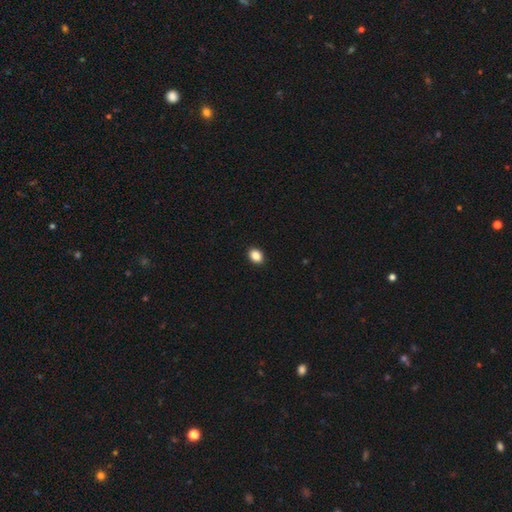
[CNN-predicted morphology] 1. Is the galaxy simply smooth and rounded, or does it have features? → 87% smooth, 9% star or artifact, 4% featured or disk.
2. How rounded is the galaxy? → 62% in between, 37% round, 1% cigar-shaped.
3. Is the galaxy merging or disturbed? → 92% none, 6% minor disturbance, 2% major disturbance, 1% merger.